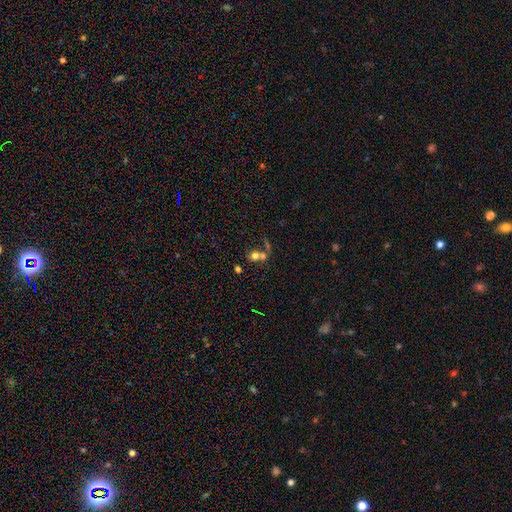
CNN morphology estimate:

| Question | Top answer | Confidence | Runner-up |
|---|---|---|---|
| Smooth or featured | smooth | 65% | featured or disk (19%) |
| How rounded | round | 72% | in between (27%) |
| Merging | merger | 55% | none (30%) |